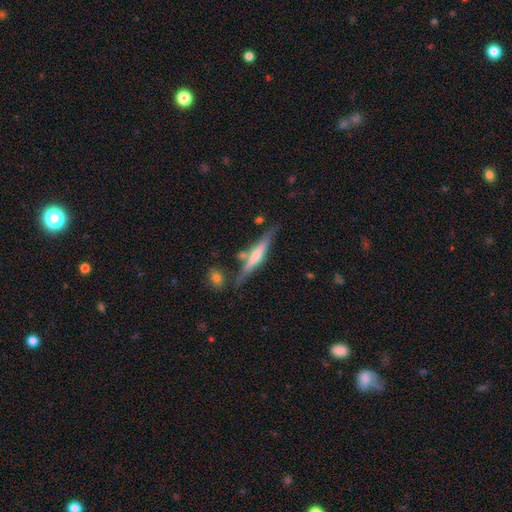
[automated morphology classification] smooth_or_featured: featured or disk (p=0.57) [alt: smooth p=0.37]
disk_edge_on: yes (p=0.95) [alt: no p=0.05]
edge_on_bulge: rounded (p=0.50) [alt: none p=0.28]
merging: none (p=0.72) [alt: minor disturbance p=0.15]